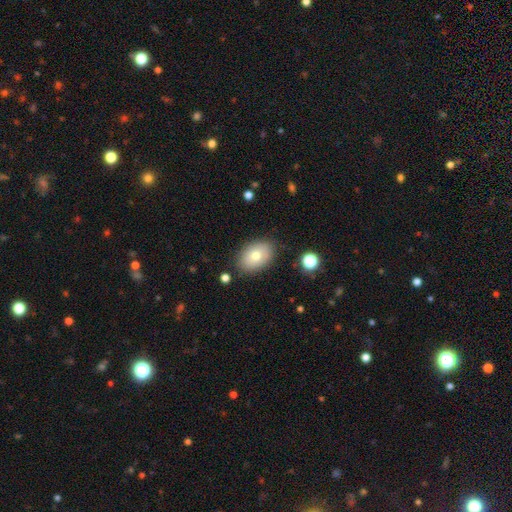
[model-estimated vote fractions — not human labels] The model was most divided on "smooth or featured": smooth: 75%, featured or disk: 17%, star or artifact: 8%. More confident: how rounded — in between (85%); merging — none (84%).